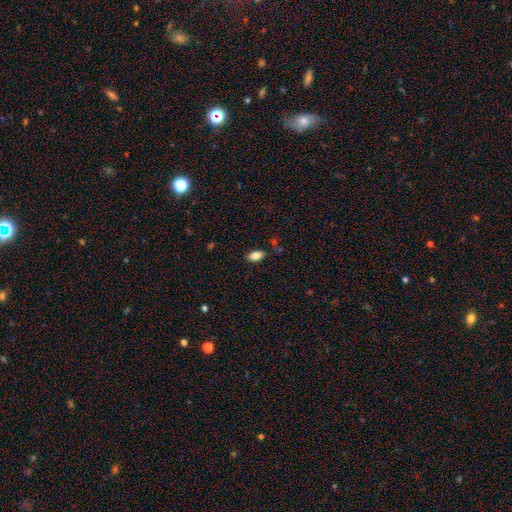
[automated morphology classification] The model was most divided on "merging": none: 82%, minor disturbance: 12%, merger: 3%, major disturbance: 3%. More confident: how rounded — in between (92%); smooth or featured — smooth (83%).